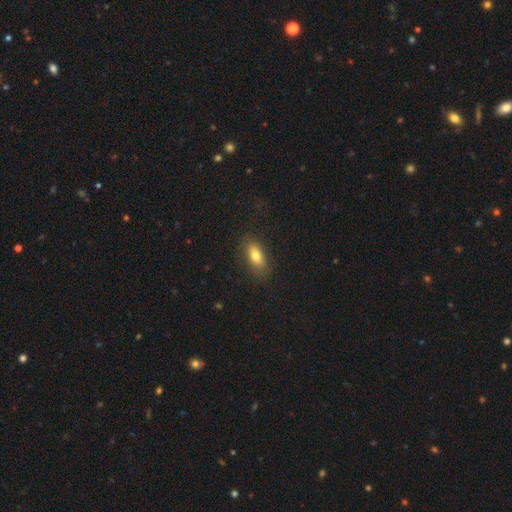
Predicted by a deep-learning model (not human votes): Overall: smooth (76%). How rounded: in between (85%). Merging: none (82%).